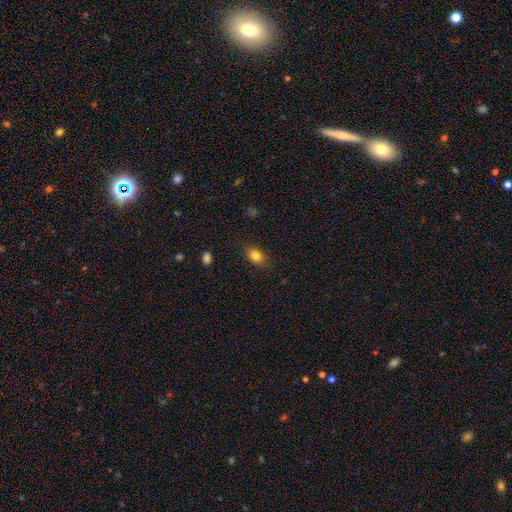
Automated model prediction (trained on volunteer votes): smooth 83%, star or artifact 10%, featured or disk 8%. Down the decision tree: how rounded — in between (74%); merging — none (81%).